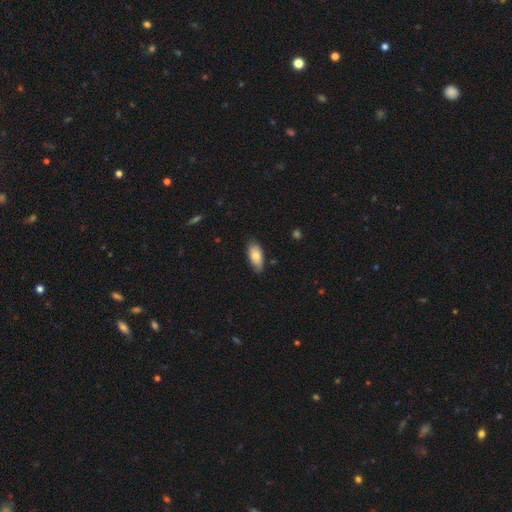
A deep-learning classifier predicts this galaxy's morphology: Smooth or featured: smooth — 78% (featured or disk — 16%)
How rounded: in between — 89% (cigar-shaped — 8%)
Merging: none — 77% (minor disturbance — 19%)